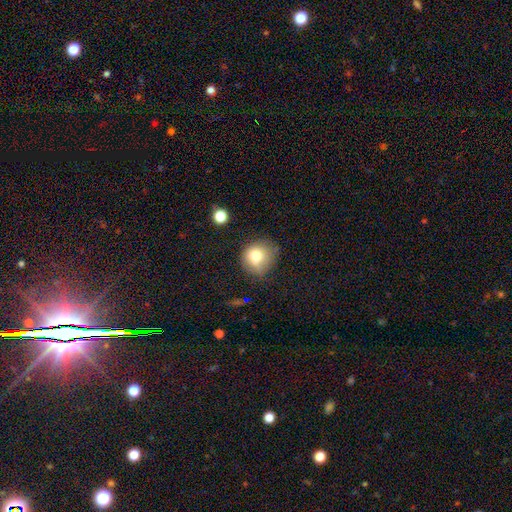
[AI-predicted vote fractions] This is likely a smooth galaxy (76%). How rounded: clearly round (82%). Merging: possibly none (59%).